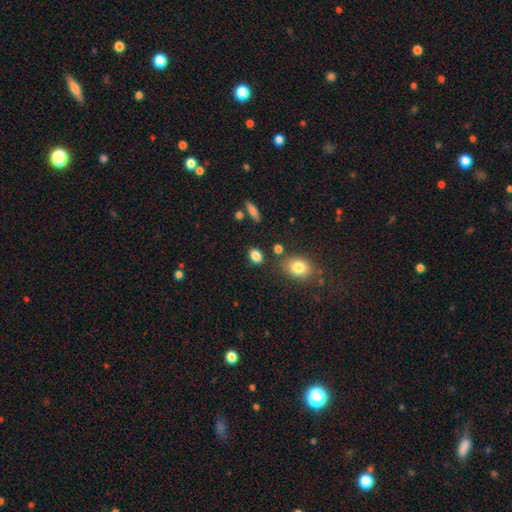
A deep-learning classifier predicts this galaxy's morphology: Smooth or featured? smooth (85%)
How rounded? in between (67%)
Merging? none (78%)